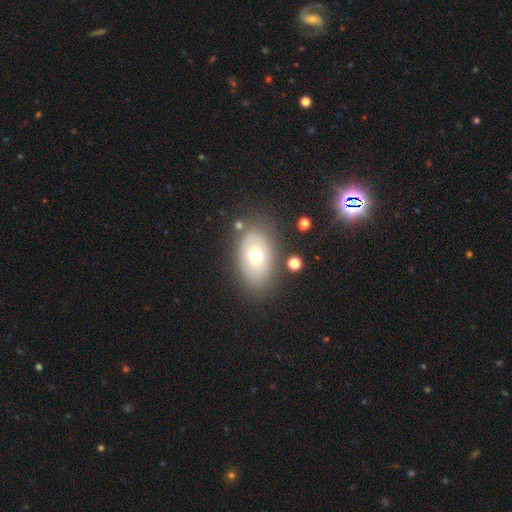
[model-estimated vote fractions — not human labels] A smooth galaxy with no disk features (56%) that is in between round and cigar-shaped (86%).

Vote fractions:
- Smooth or featured? smooth: 56% / featured or disk: 34% / star or artifact: 10%
- How rounded? in between: 86% / round: 13% / cigar-shaped: 1%
- Merging? none: 75% / minor disturbance: 15% / major disturbance: 6% / merger: 4%